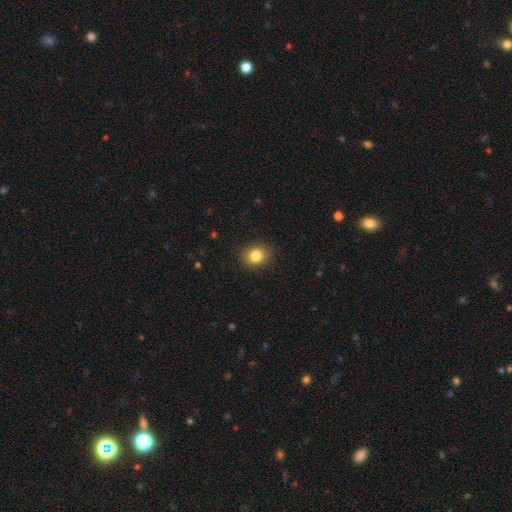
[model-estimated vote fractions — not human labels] Smooth or featured? smooth (83%)
How rounded? round (63%)
Merging? none (87%)